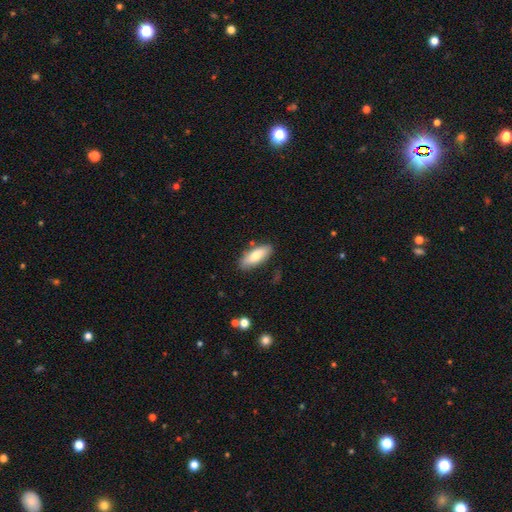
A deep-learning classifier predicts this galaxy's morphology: This is likely a smooth galaxy (73%). How rounded: likely in between (72%). Merging: clearly none (83%).